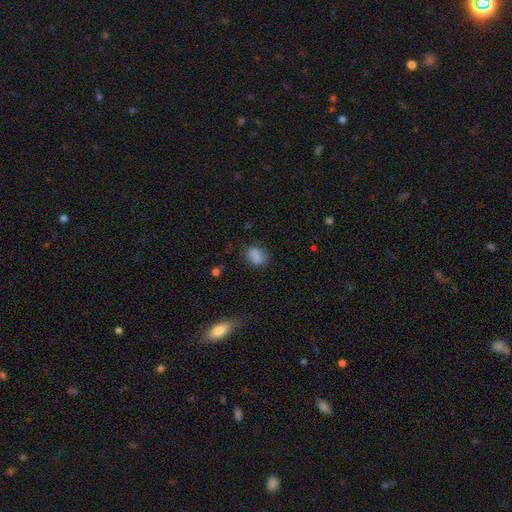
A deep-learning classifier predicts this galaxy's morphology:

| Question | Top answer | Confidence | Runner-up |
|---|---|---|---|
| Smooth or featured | smooth | 84% | star or artifact (10%) |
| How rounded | in between | 66% | round (32%) |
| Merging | none | 75% | minor disturbance (17%) |